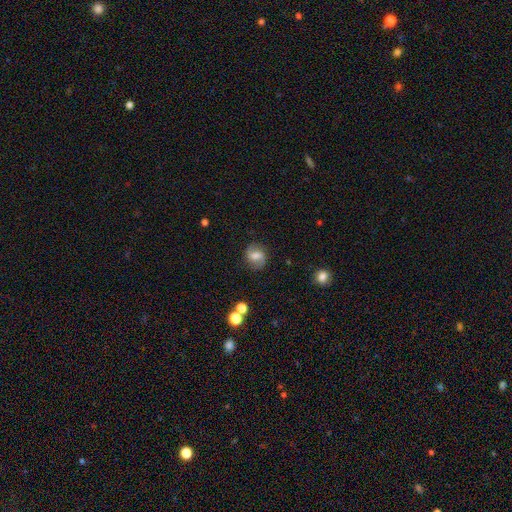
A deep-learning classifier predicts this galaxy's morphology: A featured or disk galaxy (55%) with a weak bar (49%), spiral arms (88%) and a moderate central bulge (51%).

Vote fractions:
- Smooth or featured? featured or disk: 55% / smooth: 35% / star or artifact: 10%
- Edge-on disk? no: 97% / yes: 3%
- Bar? weak: 49% / no: 30% / strong: 21%
- Spiral arms? yes: 88% / no: 12%
- Bulge size? moderate: 51% / small: 25% / large: 12% / none: 10% / dominant: 2%
- Merging? none: 80% / minor disturbance: 14% / major disturbance: 5% / merger: 2%